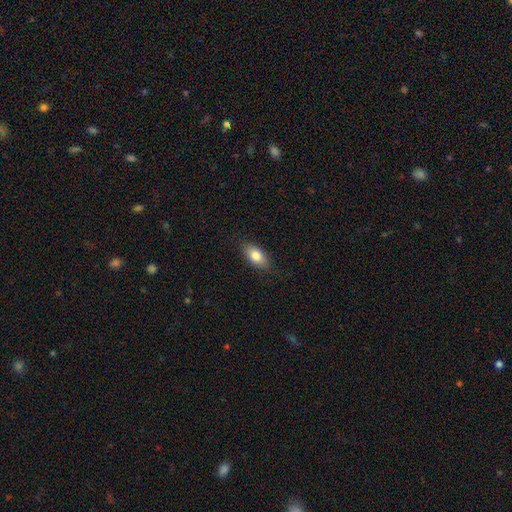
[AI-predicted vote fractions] This is clearly a smooth galaxy (81%). How rounded: clearly in between (89%). Merging: clearly none (85%).